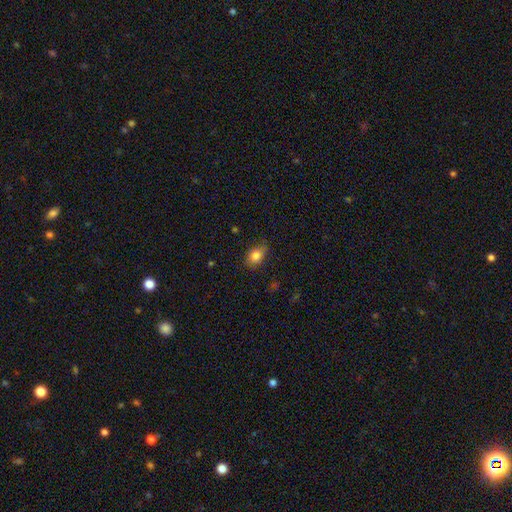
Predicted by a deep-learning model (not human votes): smooth_or_featured: smooth (p=0.84) [alt: star or artifact p=0.09]
how_rounded: in between (p=0.68) [alt: round p=0.30]
merging: none (p=0.73) [alt: minor disturbance p=0.22]